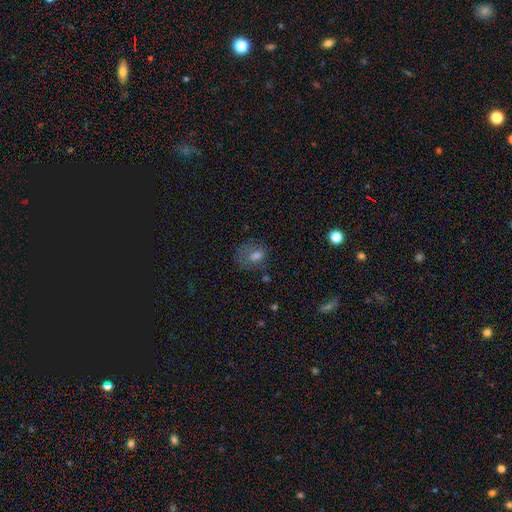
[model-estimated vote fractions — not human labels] This is possibly a smooth galaxy (57%). How rounded: possibly in between (52%). Merging: possibly none (51%).